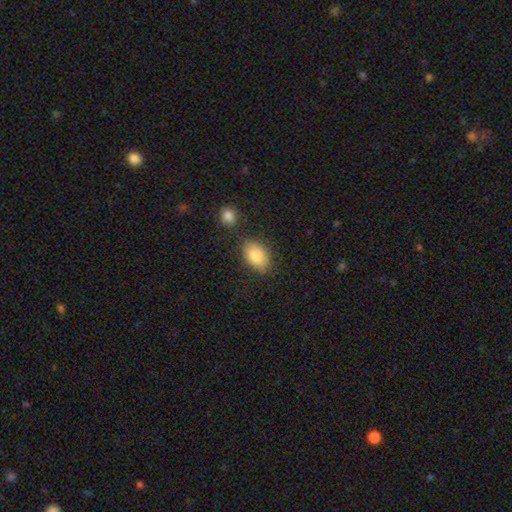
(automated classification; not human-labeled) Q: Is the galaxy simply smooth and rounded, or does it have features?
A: smooth — 84%.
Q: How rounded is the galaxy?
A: in between — 86%.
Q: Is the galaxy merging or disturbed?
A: none — 75%.